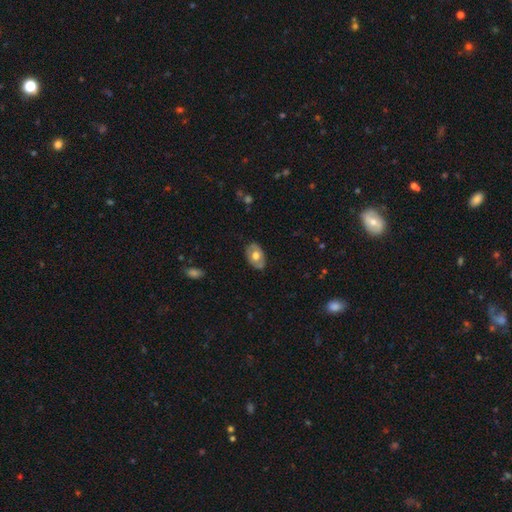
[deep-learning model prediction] smooth 54%, featured or disk 40%, star or artifact 6%. Down the decision tree: how rounded — in between (83%); merging — none (79%).